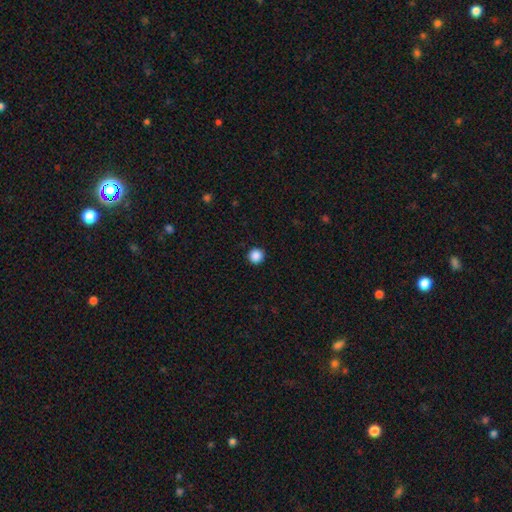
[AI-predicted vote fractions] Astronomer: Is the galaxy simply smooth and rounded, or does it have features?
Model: smooth — 88%.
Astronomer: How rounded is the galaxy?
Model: round — 96%.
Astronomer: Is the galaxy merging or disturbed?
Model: none — 93%.